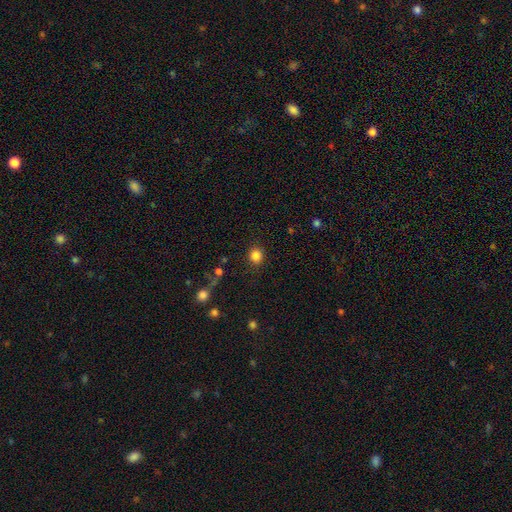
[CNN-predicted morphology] A smooth galaxy with no disk features (85%) that is round (81%).

Vote fractions:
- Smooth or featured? smooth: 85% / star or artifact: 11% / featured or disk: 4%
- How rounded? round: 81% / in between: 18% / cigar-shaped: 1%
- Merging? none: 88% / minor disturbance: 7% / major disturbance: 3% / merger: 2%